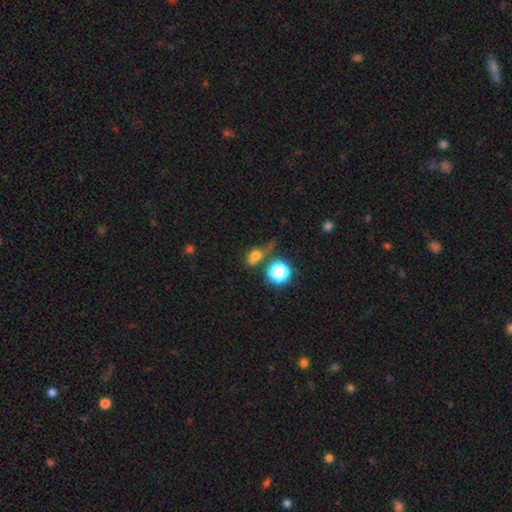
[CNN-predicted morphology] This is likely a smooth galaxy (67%). How rounded: possibly in between (51%). Merging: possibly none (49%).